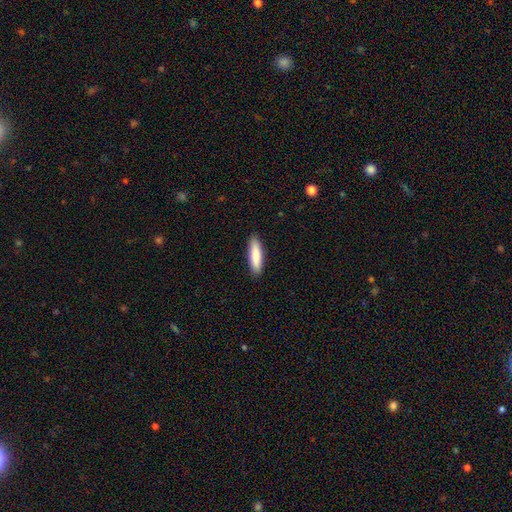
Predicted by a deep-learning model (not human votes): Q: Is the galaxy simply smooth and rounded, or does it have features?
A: smooth — 85%.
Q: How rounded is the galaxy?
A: cigar-shaped — 67%.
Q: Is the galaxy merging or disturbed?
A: none — 89%.